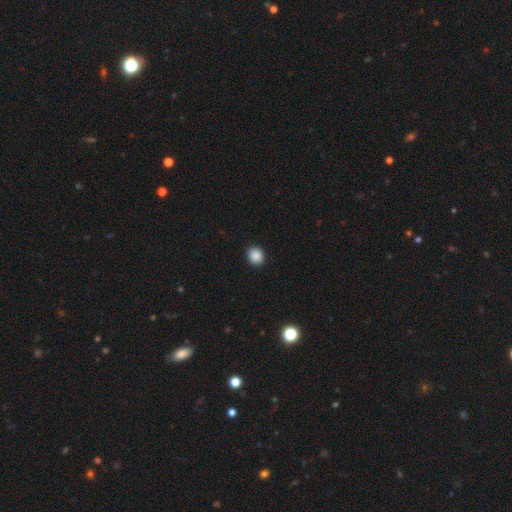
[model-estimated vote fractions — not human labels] smooth-or-featured: smooth: 89% | star or artifact: 9% | featured or disk: 3%
  how-rounded: round: 75% | in between: 24% | cigar-shaped: 1%
  merging: none: 91% | minor disturbance: 6% | major disturbance: 2% | merger: 1%